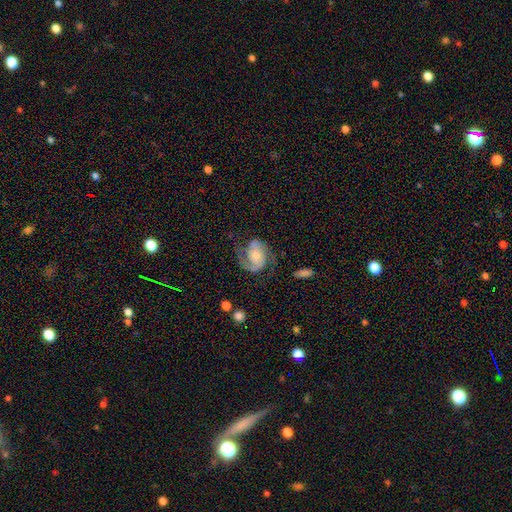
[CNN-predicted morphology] Smooth or featured? Predicted: featured or disk (p=0.84). Edge-on disk? Predicted: no (p=0.98). Bar? Predicted: no (p=0.54). Spiral arms? Predicted: yes (p=0.96). Spiral winding? Predicted: medium (p=0.54). Spiral arm count? Predicted: 2 (p=0.88). Bulge size? Predicted: moderate (p=0.38). Merging? Predicted: none (p=0.66).